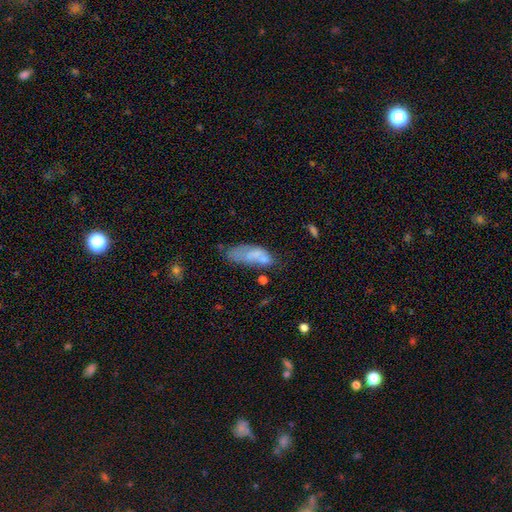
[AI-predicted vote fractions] smooth_or_featured: smooth (p=0.62) [alt: featured or disk p=0.28]
how_rounded: in between (p=0.74) [alt: cigar-shaped p=0.23]
merging: none (p=0.30) [alt: minor disturbance p=0.26]